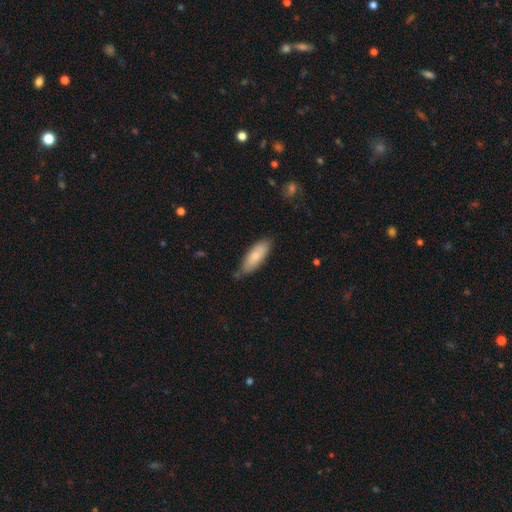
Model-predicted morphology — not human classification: smooth 78%, featured or disk 16%, star or artifact 6%. Down the decision tree: how rounded — in between (65%); merging — none (75%).